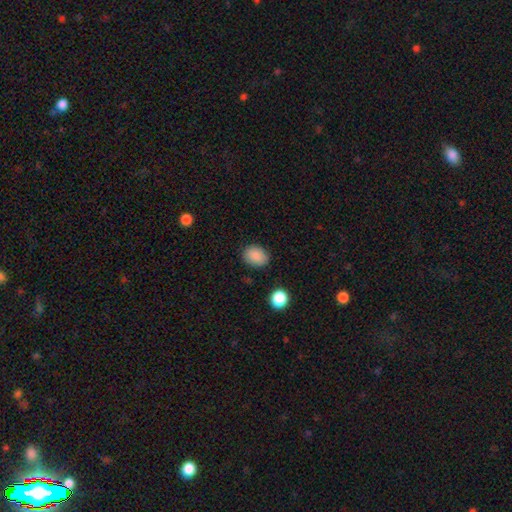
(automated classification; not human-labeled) Smooth or featured? Predicted: smooth (p=0.88). How rounded? Predicted: in between (p=0.66). Merging? Predicted: none (p=0.84).